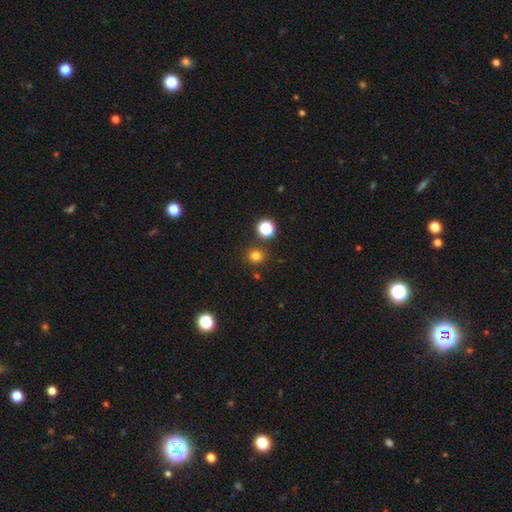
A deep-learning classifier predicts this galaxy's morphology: Overall: smooth (77%). How rounded: round (87%). Merging: none (85%).